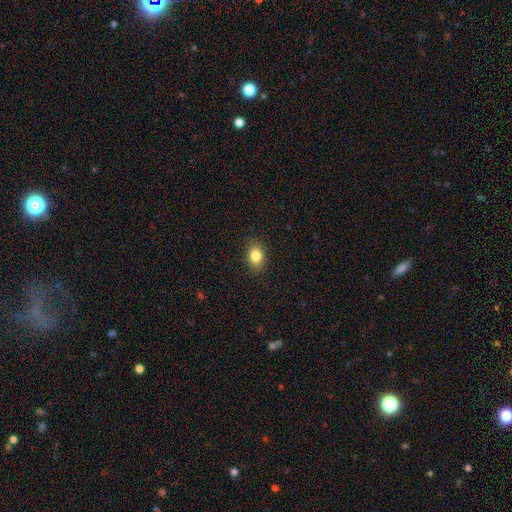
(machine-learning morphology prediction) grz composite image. It shows a smooth galaxy with no disk features (83%) that is in between round and cigar-shaped (74%). Merging: none (87%).